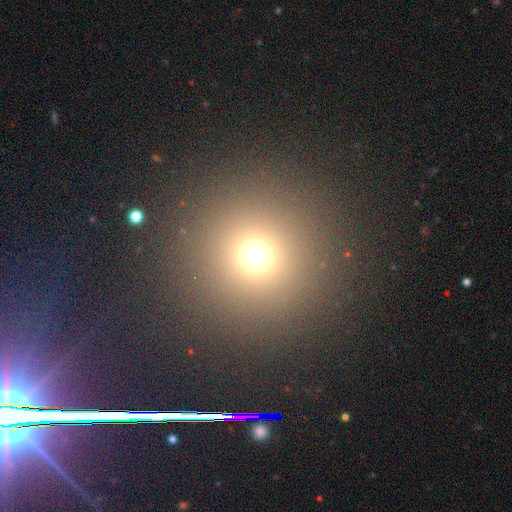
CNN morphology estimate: smooth_or_featured: smooth (p=0.67) [alt: star or artifact p=0.26]
how_rounded: round (p=0.95) [alt: in between p=0.04]
merging: none (p=0.89) [alt: minor disturbance p=0.05]